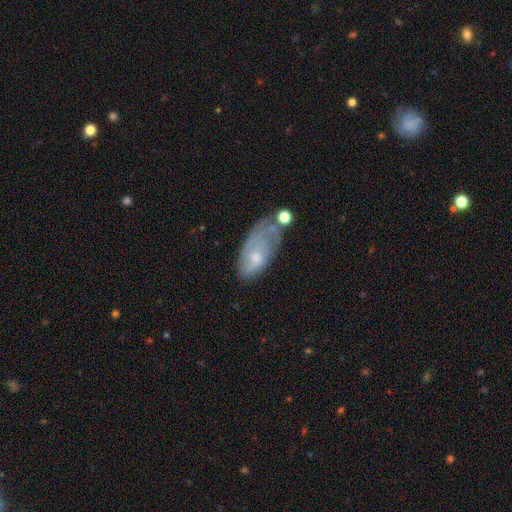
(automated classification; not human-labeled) Morphology: type=featured or disk (50%); merging=none (35%).